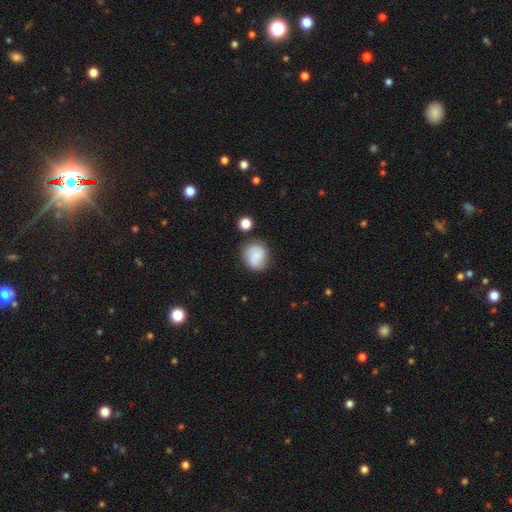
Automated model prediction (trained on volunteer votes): The model was most divided on "merging": none: 68%, minor disturbance: 20%, merger: 7%, major disturbance: 6%. More confident: smooth or featured — smooth (78%); how rounded — round (75%).